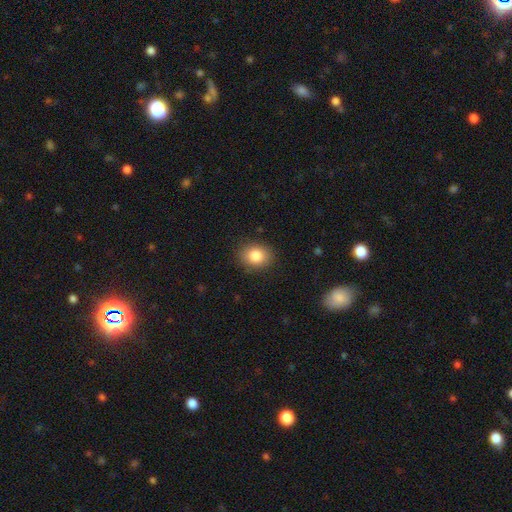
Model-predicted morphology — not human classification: A smooth galaxy with no disk features (84%) that is round (50%). Merging: none (87%).